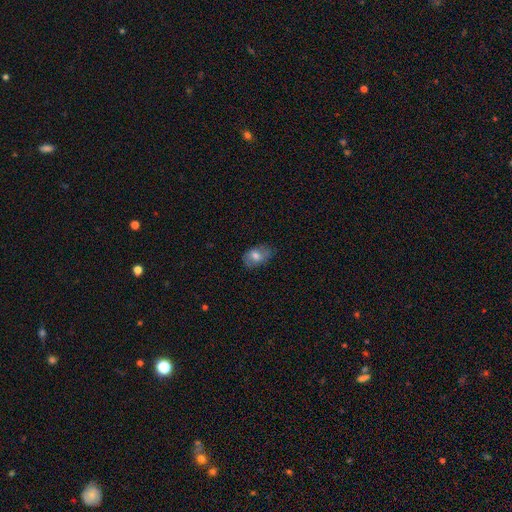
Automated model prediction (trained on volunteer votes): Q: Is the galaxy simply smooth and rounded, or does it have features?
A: smooth — 69%.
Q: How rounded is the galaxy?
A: in between — 85%.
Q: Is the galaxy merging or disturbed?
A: none — 72%.